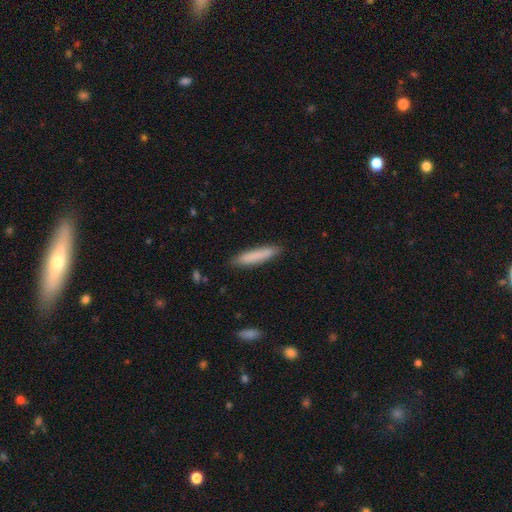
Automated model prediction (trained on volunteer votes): The model was most divided on "smooth or featured": smooth: 83%, featured or disk: 11%, star or artifact: 6%. More confident: merging — none (87%); how rounded — cigar-shaped (86%).